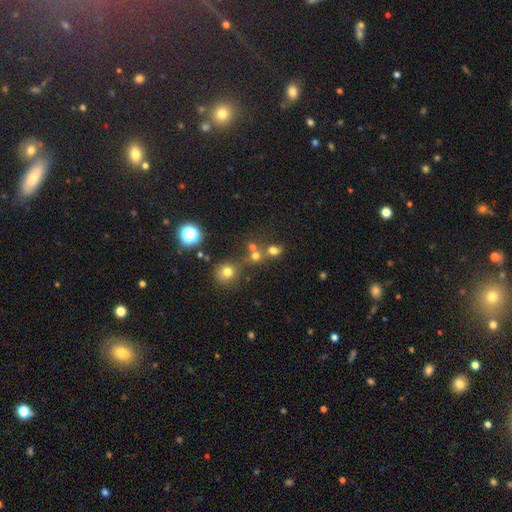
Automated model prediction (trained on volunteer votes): Q: Smooth or featured?
A: smooth (56%); runner-up: star or artifact (32%)
Q: How rounded?
A: round (82%); runner-up: in between (16%)
Q: Merging?
A: none (54%); runner-up: merger (33%)